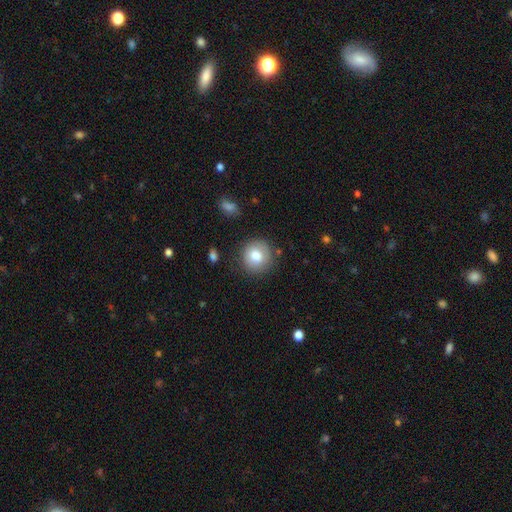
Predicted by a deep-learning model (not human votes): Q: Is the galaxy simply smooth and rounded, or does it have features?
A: smooth — 77%.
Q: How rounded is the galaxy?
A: round — 91%.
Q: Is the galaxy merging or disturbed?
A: none — 85%.